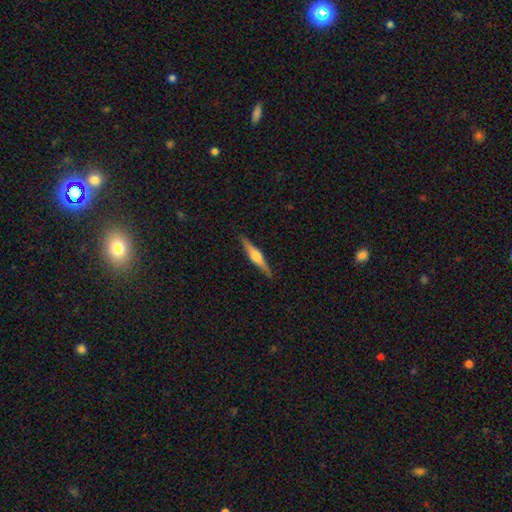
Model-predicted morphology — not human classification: featured or disk 71%, smooth 24%, star or artifact 6%. Down the decision tree: edge-on disk — yes (98%); edge-on bulge — rounded (88%); merging — none (91%).